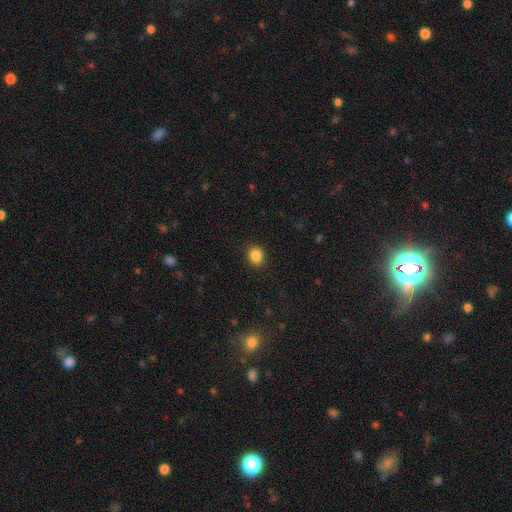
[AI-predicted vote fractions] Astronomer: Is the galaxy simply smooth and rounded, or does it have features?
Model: smooth — 86%.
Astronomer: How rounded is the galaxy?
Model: round — 73%.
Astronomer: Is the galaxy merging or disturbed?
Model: none — 90%.